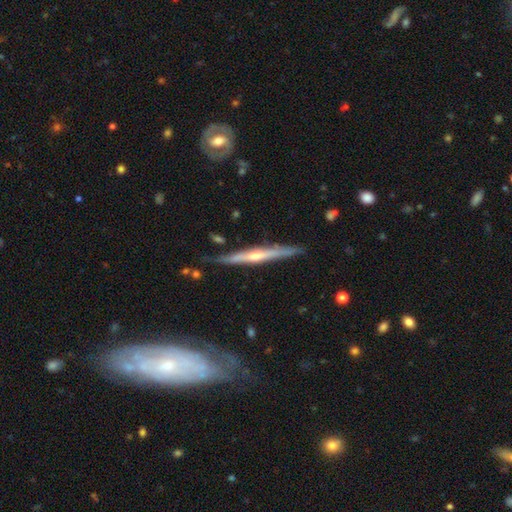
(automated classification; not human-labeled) Q: Smooth or featured?
A: featured or disk (78%); runner-up: smooth (16%)
Q: Edge-on disk?
A: yes (93%); runner-up: no (7%)
Q: Edge-on bulge?
A: rounded (75%); runner-up: none (19%)
Q: Merging?
A: none (80%); runner-up: minor disturbance (14%)